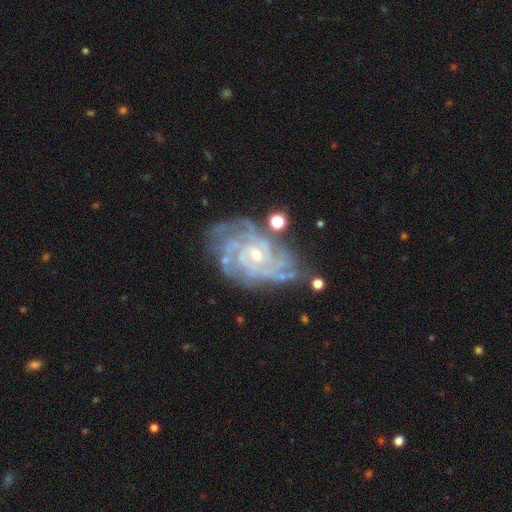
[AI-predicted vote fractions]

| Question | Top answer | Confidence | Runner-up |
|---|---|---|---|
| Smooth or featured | featured or disk | 90% | star or artifact (6%) |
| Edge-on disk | no | 97% | yes (3%) |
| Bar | no | 67% | weak (26%) |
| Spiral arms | yes | 98% | no (2%) |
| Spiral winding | tight | 74% | medium (23%) |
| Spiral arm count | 4 | 27% | can't tell (23%) |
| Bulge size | small | 66% | moderate (31%) |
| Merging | none | 67% | minor disturbance (21%) |